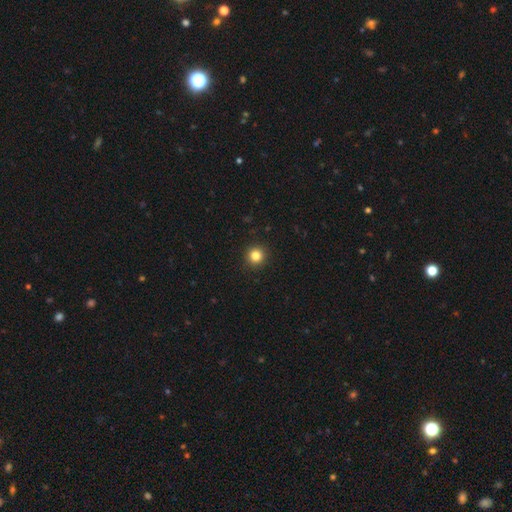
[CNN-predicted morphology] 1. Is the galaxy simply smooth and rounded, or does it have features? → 83% smooth, 12% star or artifact, 4% featured or disk.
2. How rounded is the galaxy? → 95% round, 4% in between, 1% cigar-shaped.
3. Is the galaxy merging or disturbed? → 93% none, 4% minor disturbance, 2% major disturbance, 1% merger.